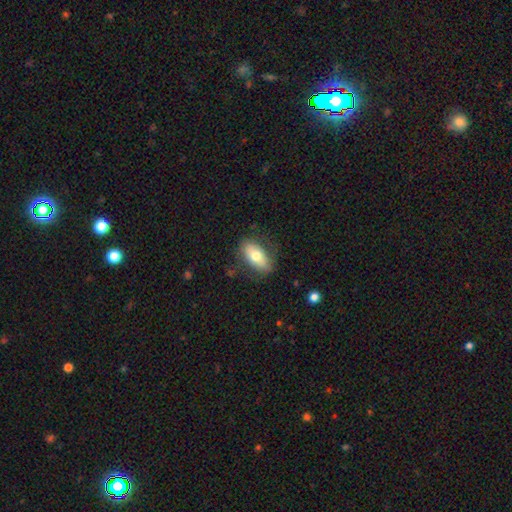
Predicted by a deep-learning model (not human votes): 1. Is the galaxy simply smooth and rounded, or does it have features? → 68% smooth, 26% featured or disk, 6% star or artifact.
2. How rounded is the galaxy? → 89% in between, 6% cigar-shaped, 5% round.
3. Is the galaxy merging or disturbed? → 78% none, 15% minor disturbance, 5% major disturbance, 1% merger.